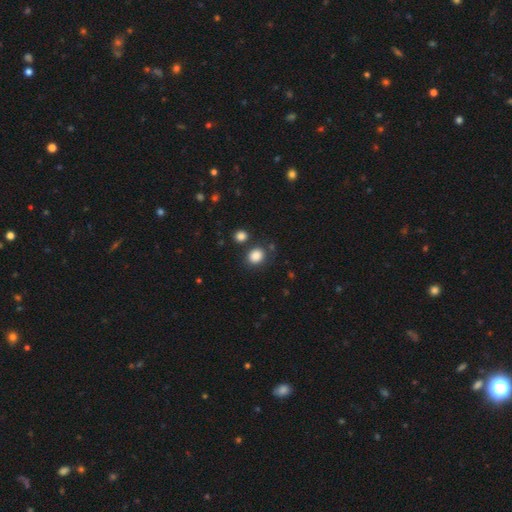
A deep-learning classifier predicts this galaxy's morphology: This appears to be a smooth galaxy with no disk features (86%) that is round (57%). Merging: none (77%).